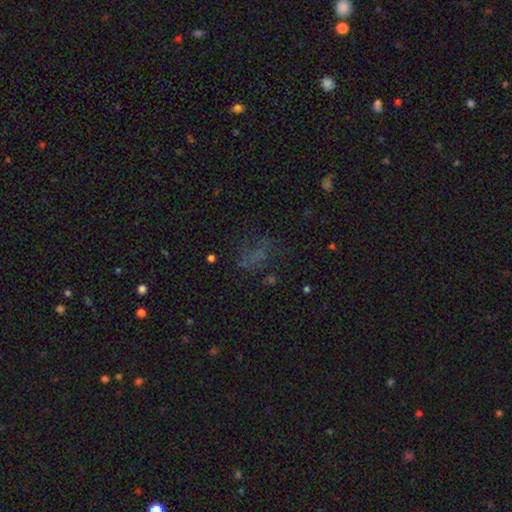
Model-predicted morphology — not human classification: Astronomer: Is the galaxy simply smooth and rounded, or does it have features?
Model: smooth — 41% (runner-up: star or artifact, 37%).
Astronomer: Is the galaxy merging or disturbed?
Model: none — 52%.